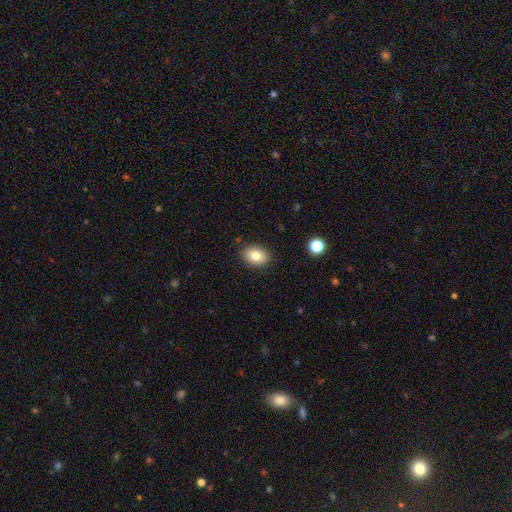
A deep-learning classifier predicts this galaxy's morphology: A smooth galaxy with no disk features (82%) that is in between round and cigar-shaped (73%).

Vote fractions:
- Smooth or featured? smooth: 82% / featured or disk: 9% / star or artifact: 9%
- How rounded? in between: 73% / round: 26% / cigar-shaped: 1%
- Merging? none: 88% / minor disturbance: 9% / major disturbance: 2% / merger: 1%